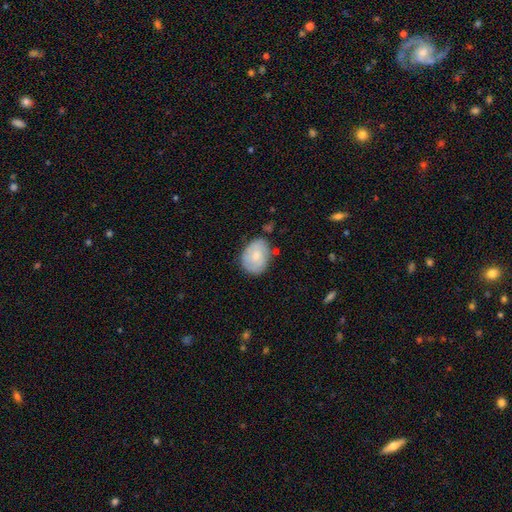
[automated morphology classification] Smooth or featured? Predicted: smooth (p=0.63). How rounded? Predicted: in between (p=0.61). Merging? Predicted: none (p=0.70).